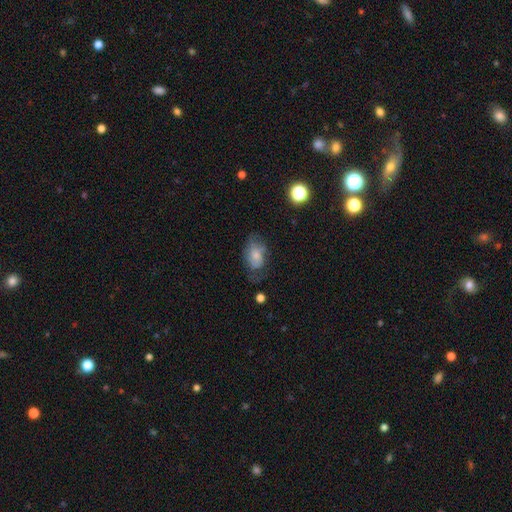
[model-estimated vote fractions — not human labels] Overall: smooth (66%). How rounded: in between (84%). Merging: none (45%; minor disturbance 31%).